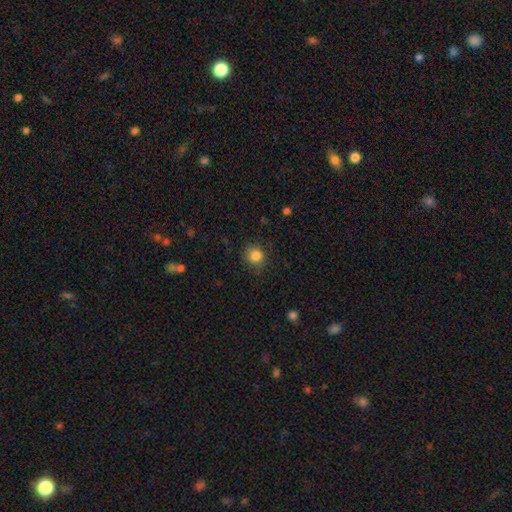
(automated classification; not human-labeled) This appears to be a smooth galaxy with no disk features (85%) that is round (88%). Merging: none (84%).